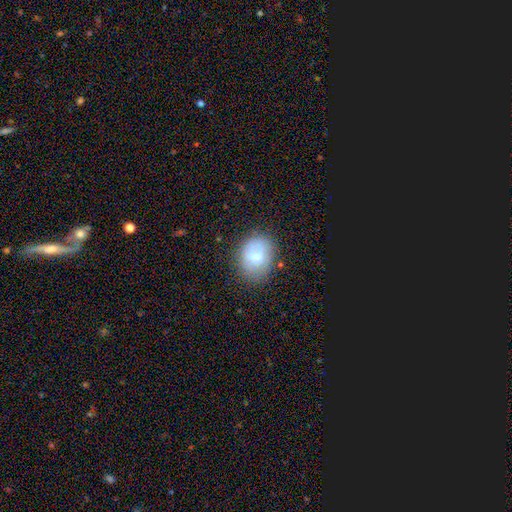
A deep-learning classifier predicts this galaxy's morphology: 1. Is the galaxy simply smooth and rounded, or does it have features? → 60% smooth, 31% featured or disk, 9% star or artifact.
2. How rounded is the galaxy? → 51% in between, 48% round, 1% cigar-shaped.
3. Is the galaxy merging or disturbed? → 64% none, 23% minor disturbance, 9% major disturbance, 4% merger.